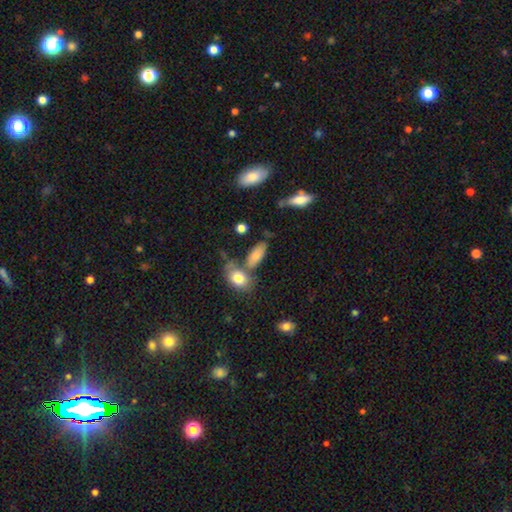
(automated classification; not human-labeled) Smooth or featured?
  - smooth: 79% *
  - featured or disk: 12%
  - star or artifact: 9%
How rounded?
  - in between: 83% *
  - cigar-shaped: 12%
  - round: 5%
Merging?
  - none: 58% *
  - merger: 20%
  - minor disturbance: 16%
  - major disturbance: 6%